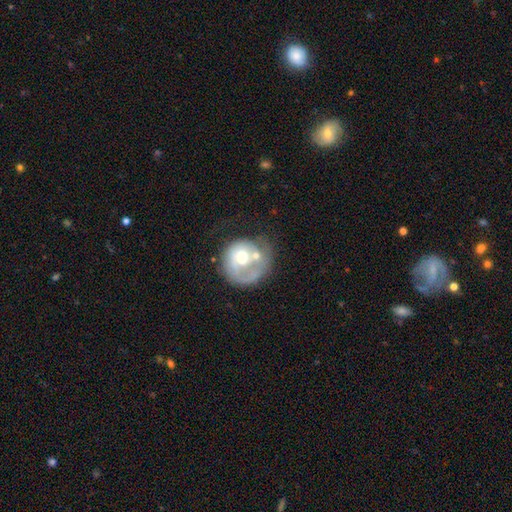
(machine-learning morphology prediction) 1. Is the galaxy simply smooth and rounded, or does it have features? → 56% featured or disk, 37% smooth, 7% star or artifact.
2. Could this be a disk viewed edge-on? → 98% no, 2% yes.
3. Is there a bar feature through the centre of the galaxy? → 77% no, 19% weak, 4% strong.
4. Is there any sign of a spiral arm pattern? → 52% no, 48% yes.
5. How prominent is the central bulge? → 70% moderate, 15% small, 10% large, 3% none, 2% dominant.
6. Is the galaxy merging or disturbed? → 31% none, 29% merger, 22% major disturbance, 17% minor disturbance.